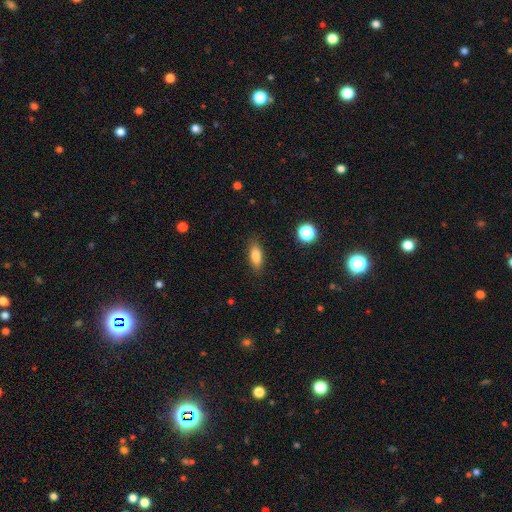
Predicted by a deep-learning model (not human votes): A smooth galaxy with no disk features (83%) that is in between round and cigar-shaped (72%). Merging: none (86%).